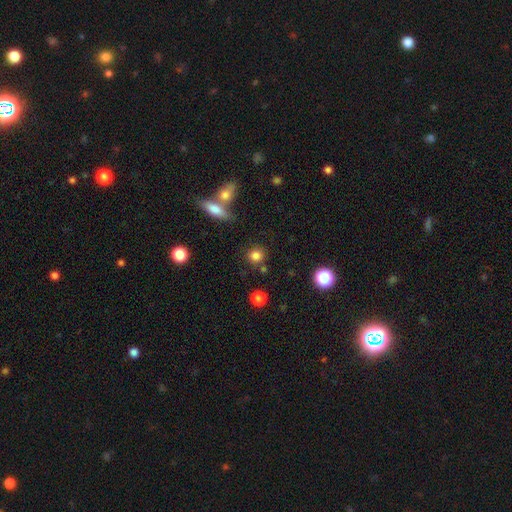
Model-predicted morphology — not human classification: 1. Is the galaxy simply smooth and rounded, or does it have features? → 82% smooth, 12% star or artifact, 6% featured or disk.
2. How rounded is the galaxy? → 86% round, 13% in between, 1% cigar-shaped.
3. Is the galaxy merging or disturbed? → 80% none, 9% merger, 8% minor disturbance, 3% major disturbance.